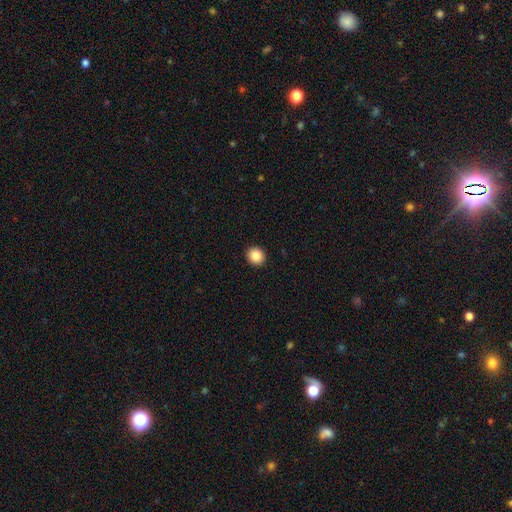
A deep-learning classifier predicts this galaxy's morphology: Smooth or featured: smooth — 86% (star or artifact — 9%)
How rounded: round — 89% (in between — 10%)
Merging: none — 93% (minor disturbance — 4%)